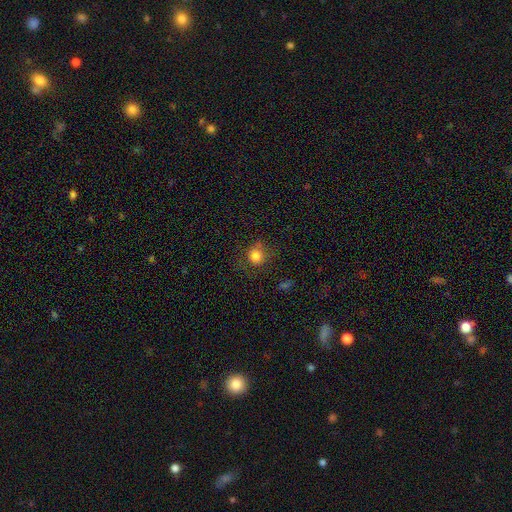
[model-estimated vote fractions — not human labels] A smooth galaxy with no disk features (81%) that is round (87%). Merging: none (72%).